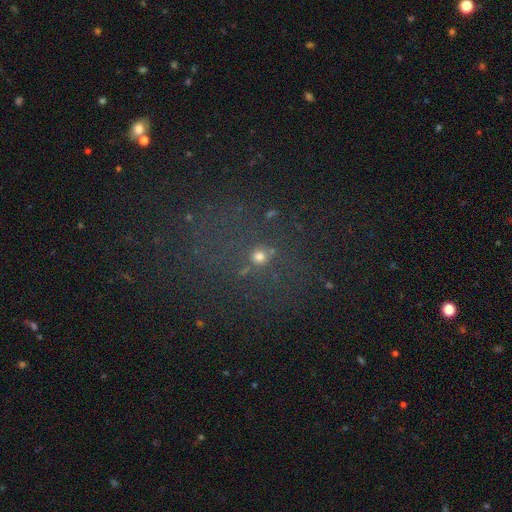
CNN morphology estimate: Smooth or featured? star or artifact (51%)